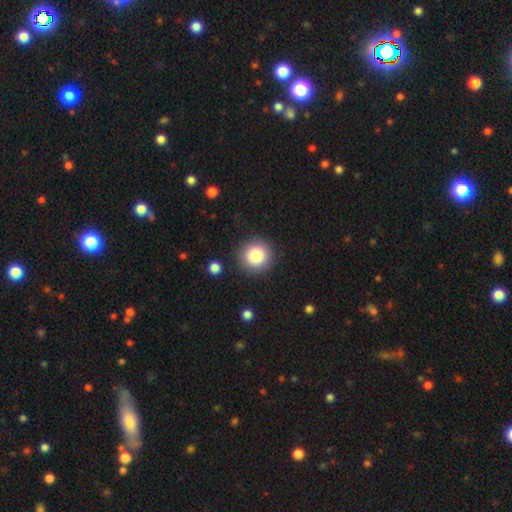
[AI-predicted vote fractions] Morphology: type=smooth (86%); roundness=round (95%); merging=none (88%).